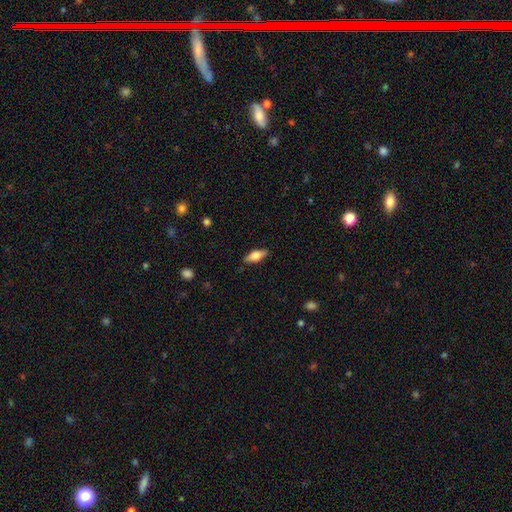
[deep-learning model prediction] Smooth or featured? Predicted: smooth (p=0.64). How rounded? Predicted: in between (p=0.73). Merging? Predicted: none (p=0.87).